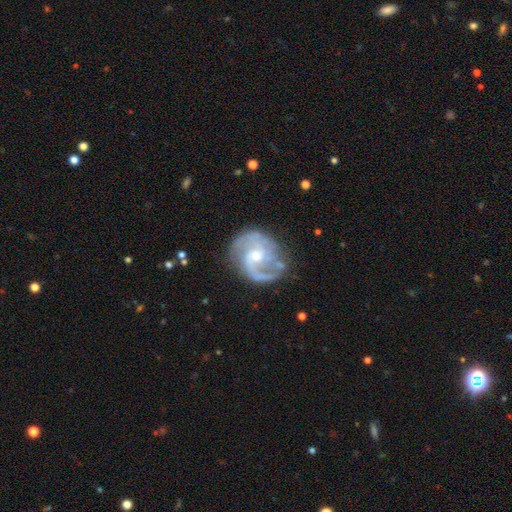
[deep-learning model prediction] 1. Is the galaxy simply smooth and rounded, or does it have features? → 88% featured or disk, 6% smooth, 5% star or artifact.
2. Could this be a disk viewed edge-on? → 98% no, 2% yes.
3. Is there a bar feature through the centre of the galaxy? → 52% no, 40% weak, 8% strong.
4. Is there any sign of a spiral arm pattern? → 96% yes, 4% no.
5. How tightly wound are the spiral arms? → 51% medium, 30% tight, 19% loose.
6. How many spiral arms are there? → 73% 2, 9% can't tell, 8% 3, 5% 1, 2% 4, 2% more than 4.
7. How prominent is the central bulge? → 56% moderate, 38% small, 3% large, 2% none, 1% dominant.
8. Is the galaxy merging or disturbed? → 71% none, 18% minor disturbance, 9% major disturbance, 2% merger.